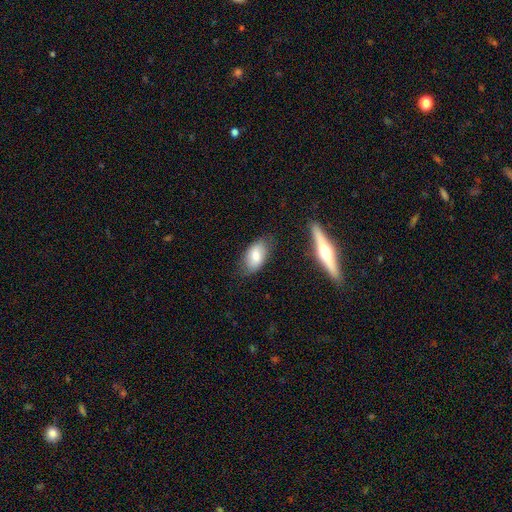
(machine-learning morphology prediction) Smooth or featured?
  - smooth: 76% *
  - featured or disk: 17%
  - star or artifact: 7%
How rounded?
  - in between: 92% *
  - round: 4%
  - cigar-shaped: 3%
Merging?
  - none: 75% *
  - minor disturbance: 19%
  - major disturbance: 4%
  - merger: 3%